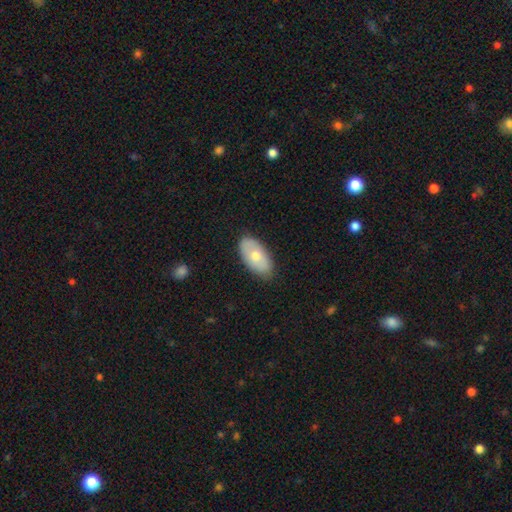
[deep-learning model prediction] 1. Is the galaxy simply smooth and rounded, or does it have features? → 62% smooth, 32% featured or disk, 6% star or artifact.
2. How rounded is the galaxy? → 93% in between, 4% round, 3% cigar-shaped.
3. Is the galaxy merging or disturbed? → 83% none, 14% minor disturbance, 2% major disturbance, 1% merger.